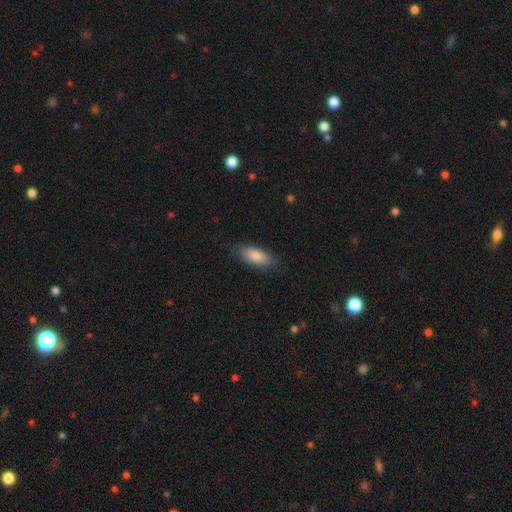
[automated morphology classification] Smooth or featured? Predicted: smooth (p=0.82). How rounded? Predicted: in between (p=0.76). Merging? Predicted: none (p=0.83).